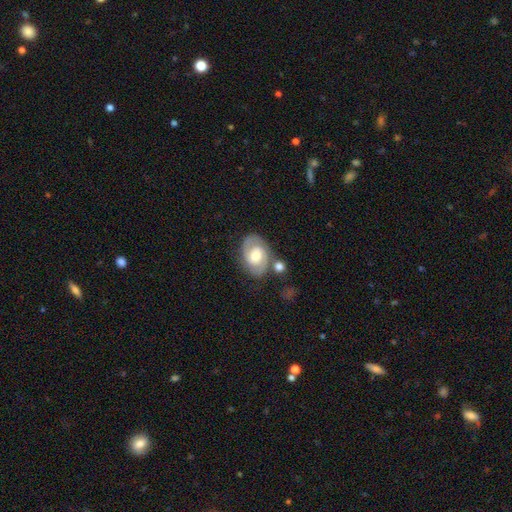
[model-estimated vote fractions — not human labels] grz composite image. It shows a featured or disk galaxy (72%) with no bar (53%), 2 (84%) medium (45%) spiral arms (90%) and a moderate central bulge (65%). Merging: none (69%).